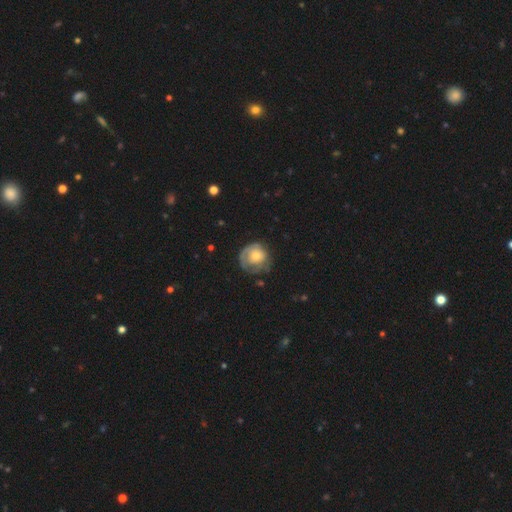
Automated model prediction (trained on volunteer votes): smooth_or_featured: smooth (p=0.49) [alt: featured or disk p=0.44]
merging: none (p=0.56) [alt: minor disturbance p=0.26]